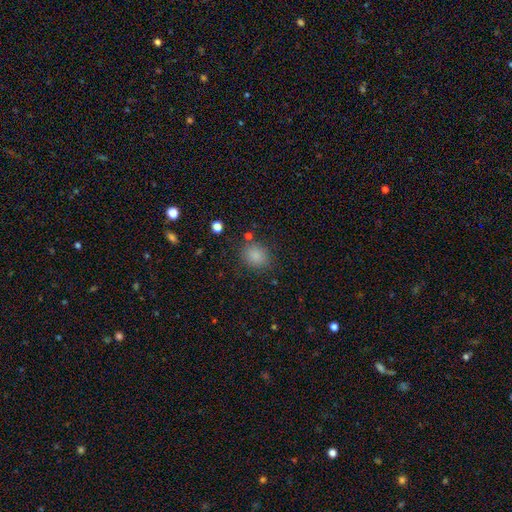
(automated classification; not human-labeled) A smooth galaxy with no disk features (83%) that is round (54%). Merging: none (79%).